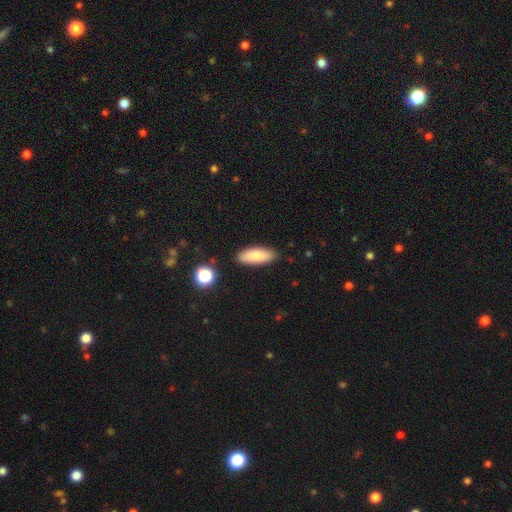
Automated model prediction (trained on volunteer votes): This appears to be a smooth galaxy with no disk features (85%) that is in between round and cigar-shaped (68%). Merging: none (86%).